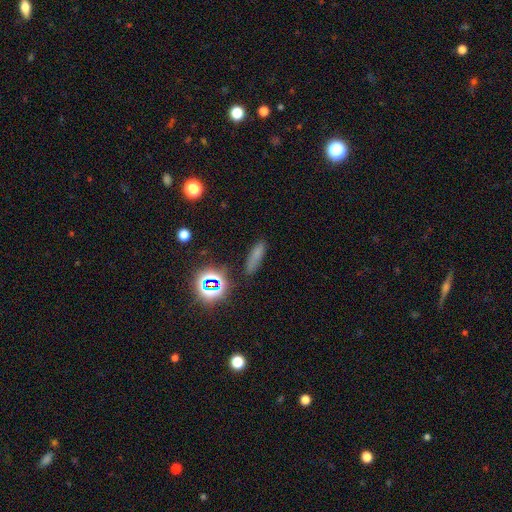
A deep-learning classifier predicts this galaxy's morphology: Smooth or featured: smooth — 66% (star or artifact — 23%)
How rounded: cigar-shaped — 66% (in between — 28%)
Merging: none — 79% (minor disturbance — 14%)